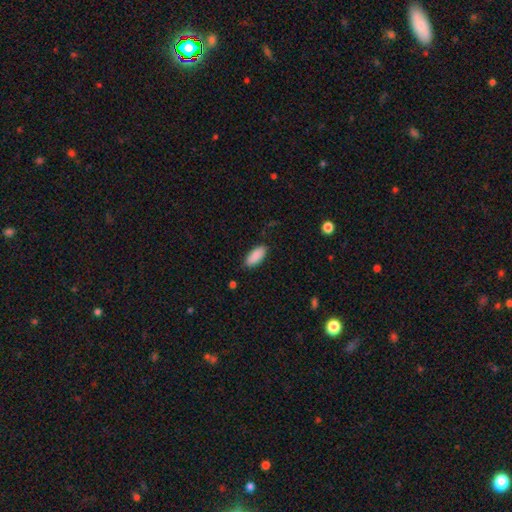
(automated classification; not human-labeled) Q: Smooth or featured?
A: smooth (90%); runner-up: star or artifact (6%)
Q: How rounded?
A: in between (87%); runner-up: cigar-shaped (12%)
Q: Merging?
A: none (86%); runner-up: minor disturbance (11%)